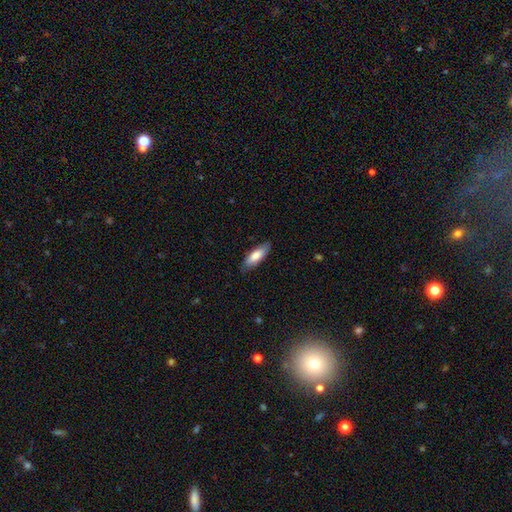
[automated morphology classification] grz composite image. It shows a smooth galaxy with no disk features (79%) that is in between round and cigar-shaped (59%). Merging: none (83%).